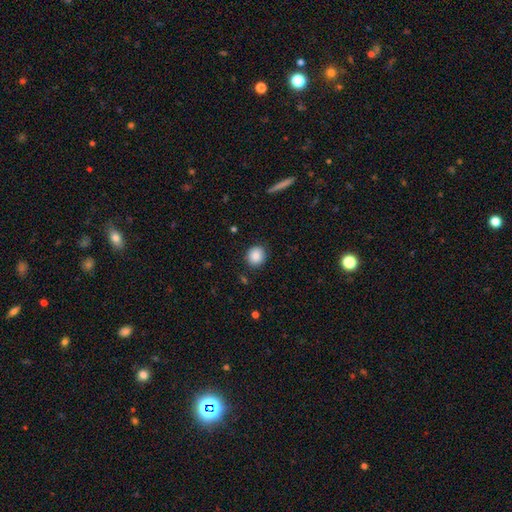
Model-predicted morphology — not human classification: A smooth galaxy with no disk features (86%) that is round (84%).

Vote fractions:
- Smooth or featured? smooth: 86% / star or artifact: 9% / featured or disk: 5%
- How rounded? round: 84% / in between: 15% / cigar-shaped: 1%
- Merging? none: 87% / minor disturbance: 9% / major disturbance: 2% / merger: 1%